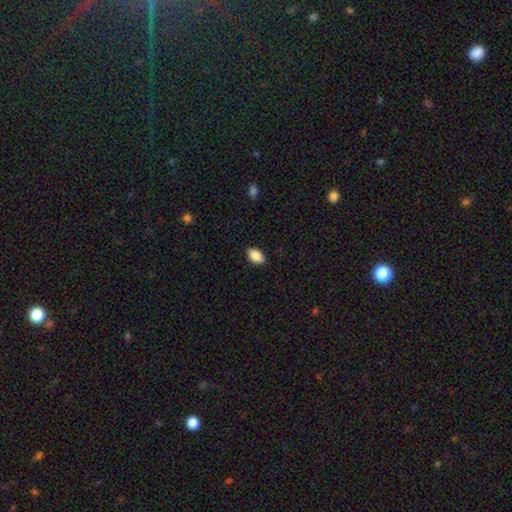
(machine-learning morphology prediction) type=smooth (88%); roundness=in between (93%); merging=none (88%).